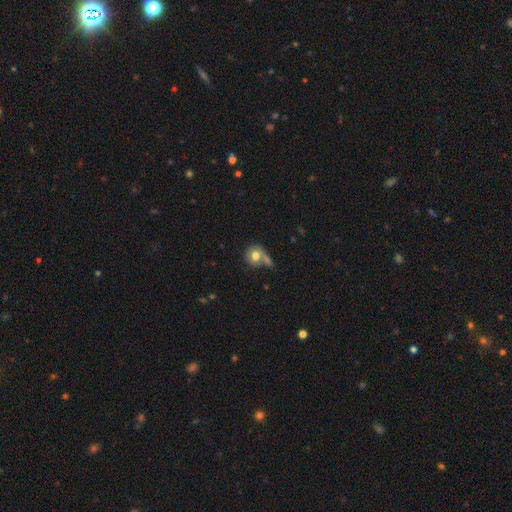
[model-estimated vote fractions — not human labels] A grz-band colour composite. It shows a smooth galaxy with no disk features (72%) that is round (78%). Merging: none (42%).